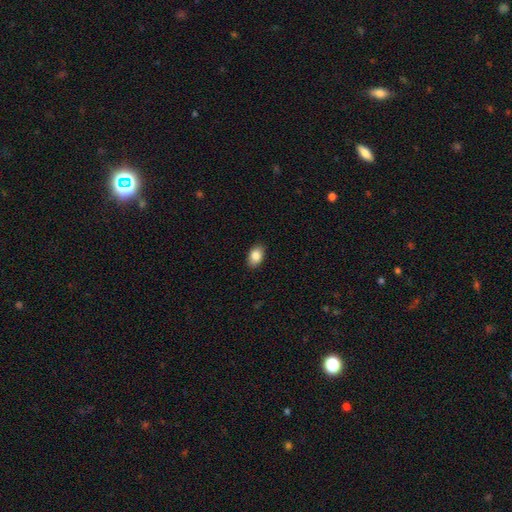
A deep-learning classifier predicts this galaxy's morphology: Smooth or featured? smooth (85%)
How rounded? in between (87%)
Merging? none (89%)